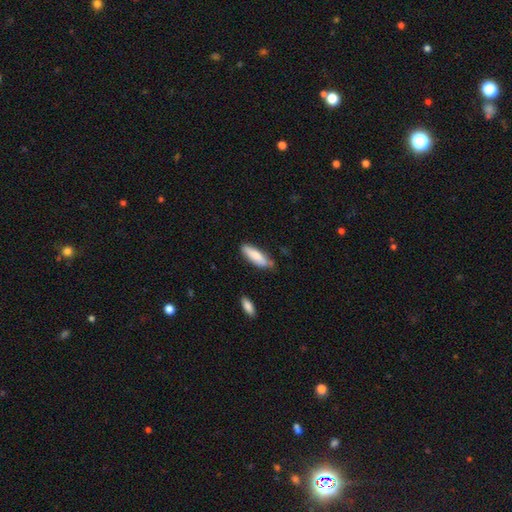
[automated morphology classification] Q: Smooth or featured?
A: smooth (81%); runner-up: featured or disk (14%)
Q: How rounded?
A: cigar-shaped (53%); runner-up: in between (45%)
Q: Merging?
A: none (73%); runner-up: minor disturbance (21%)